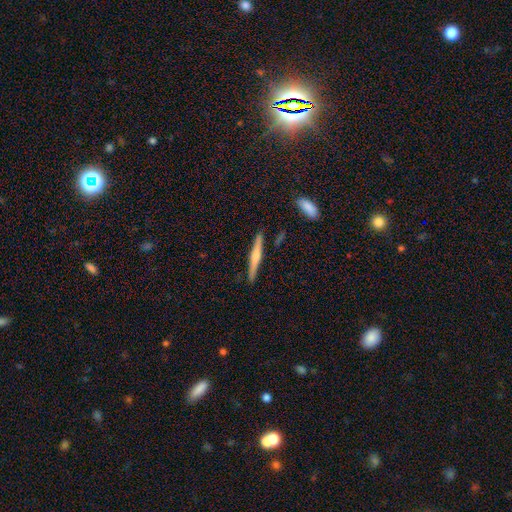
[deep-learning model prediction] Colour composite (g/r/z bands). It shows a featured or disk galaxy (56%) viewed edge-on (98%) with a rounded central bulge (71%). Merging: none (89%).